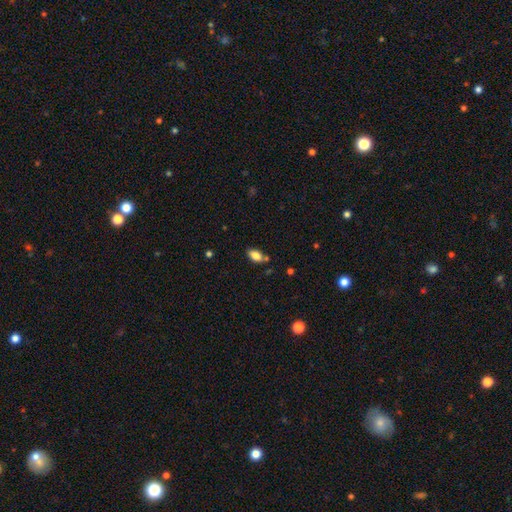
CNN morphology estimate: Overall: smooth (83%). How rounded: in between (91%). Merging: none (73%).